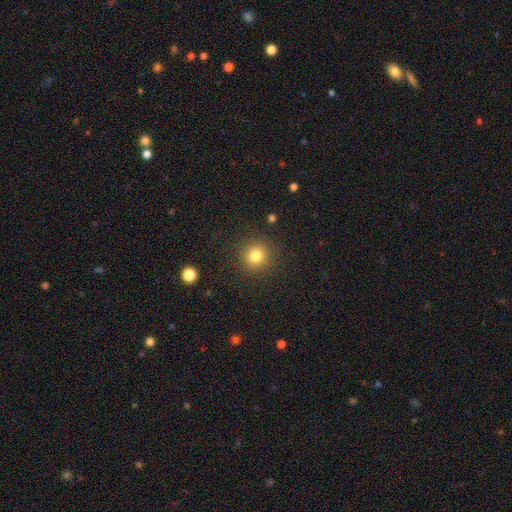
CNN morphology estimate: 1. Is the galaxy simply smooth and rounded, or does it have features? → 81% smooth, 13% star or artifact, 6% featured or disk.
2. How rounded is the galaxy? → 93% round, 6% in between, 1% cigar-shaped.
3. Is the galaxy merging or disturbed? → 89% none, 6% minor disturbance, 3% major disturbance, 1% merger.